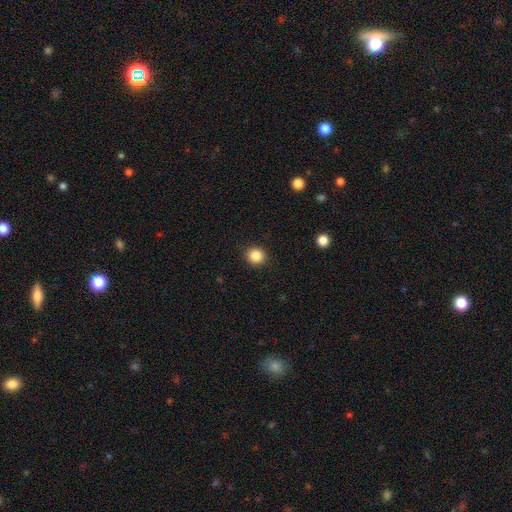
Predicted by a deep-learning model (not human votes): A smooth galaxy with no disk features (86%) that is round (88%).

Vote fractions:
- Smooth or featured? smooth: 86% / star or artifact: 11% / featured or disk: 4%
- How rounded? round: 88% / in between: 11% / cigar-shaped: 1%
- Merging? none: 92% / minor disturbance: 5% / major disturbance: 2% / merger: 1%